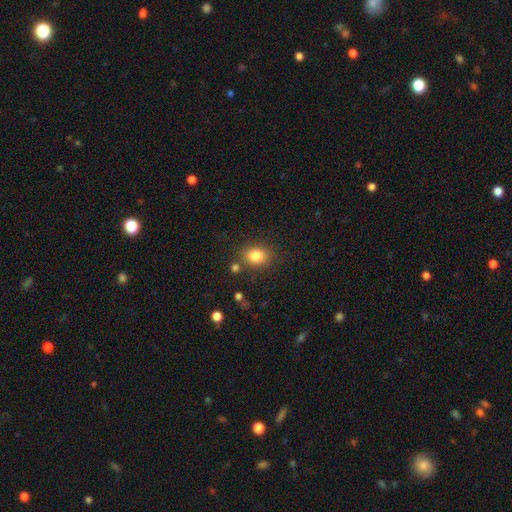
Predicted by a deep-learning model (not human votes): smooth_or_featured: smooth (p=0.83) [alt: star or artifact p=0.10]
how_rounded: in between (p=0.55) [alt: round p=0.44]
merging: none (p=0.77) [alt: minor disturbance p=0.13]